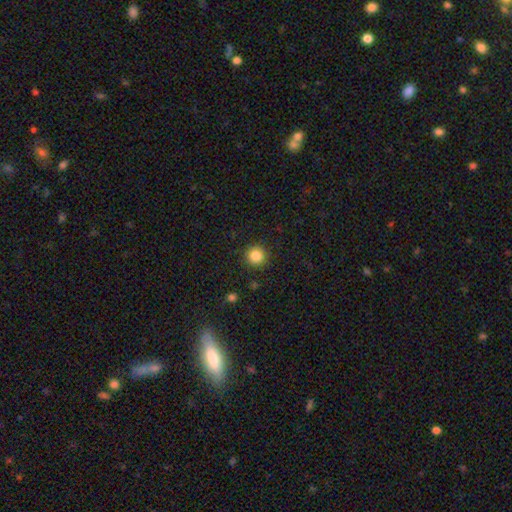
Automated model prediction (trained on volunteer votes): Q: Smooth or featured?
A: smooth (86%); runner-up: star or artifact (10%)
Q: How rounded?
A: round (94%); runner-up: in between (5%)
Q: Merging?
A: none (91%); runner-up: minor disturbance (6%)